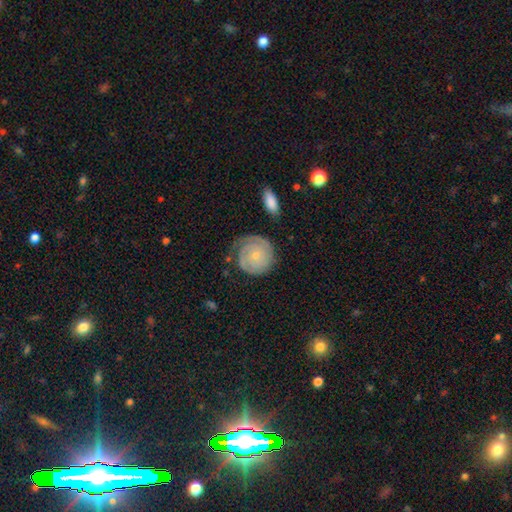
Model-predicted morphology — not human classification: The model was most divided on "spiral arm count": 2: 31%, can't tell: 28%, 1: 26%, 3: 9%, 4: 3%, more than 4: 3%. More confident: edge-on disk — no (98%); spiral arms — yes (90%); bar — no (80%); bulge size — small (75%); spiral winding — tight (75%); smooth or featured — featured or disk (66%); merging — none (64%).